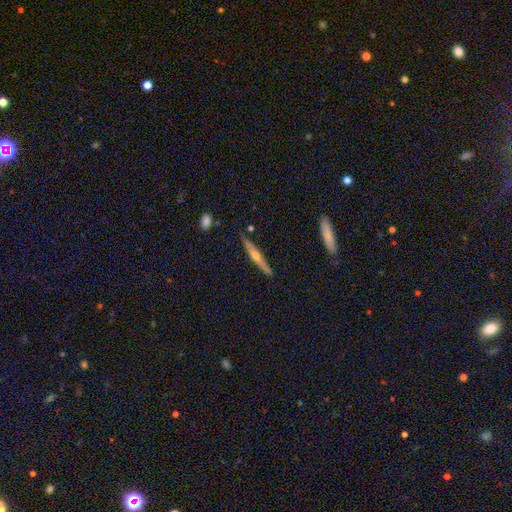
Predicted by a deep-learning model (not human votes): smooth-or-featured: featured or disk: 70% | smooth: 24% | star or artifact: 6%
  disk-edge-on: yes: 97% | no: 3%
    edge-on-bulge: rounded: 91% | none: 6% | boxy: 3%
  merging: none: 89% | minor disturbance: 8% | merger: 2% | major disturbance: 1%